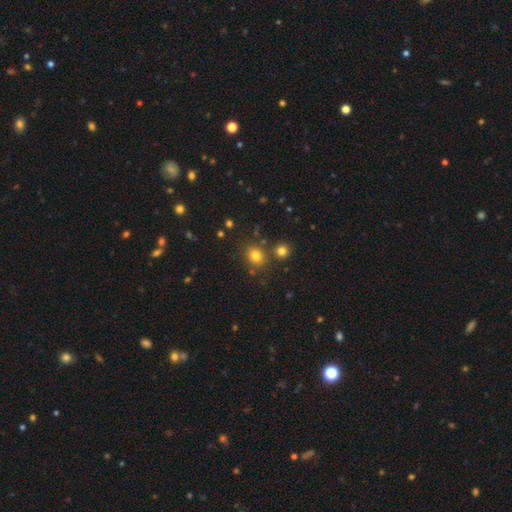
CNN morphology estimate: smooth-or-featured: smooth: 79% | star or artifact: 14% | featured or disk: 6%
  how-rounded: round: 70% | in between: 29% | cigar-shaped: 1%
  merging: none: 76% | merger: 11% | minor disturbance: 9% | major disturbance: 3%